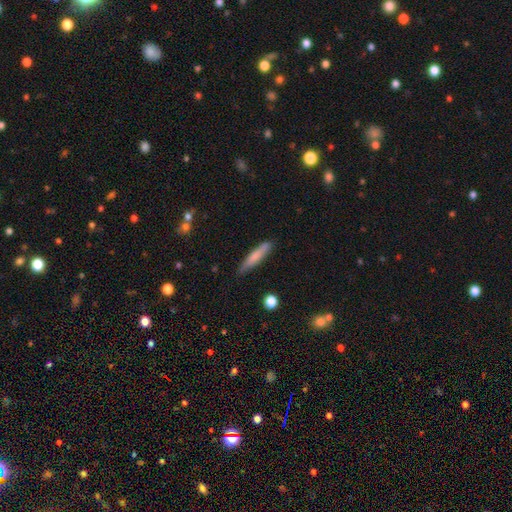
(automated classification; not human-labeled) This is likely a smooth galaxy (71%). How rounded: clearly cigar-shaped (90%). Merging: clearly none (81%).